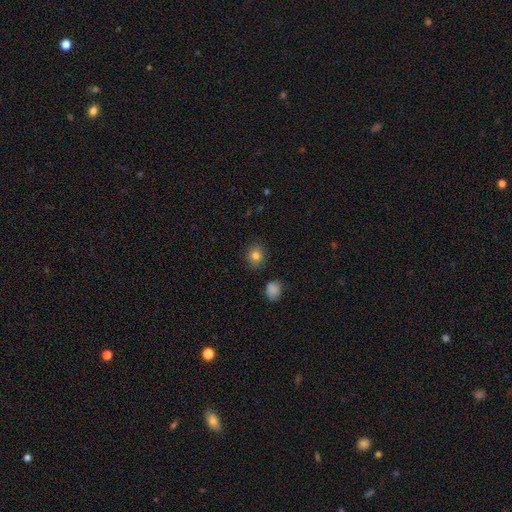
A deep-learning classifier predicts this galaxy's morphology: Smooth or featured?
  - smooth: 80% *
  - star or artifact: 12%
  - featured or disk: 8%
How rounded?
  - round: 76% *
  - in between: 23%
  - cigar-shaped: 1%
Merging?
  - none: 88% *
  - minor disturbance: 8%
  - major disturbance: 2%
  - merger: 2%